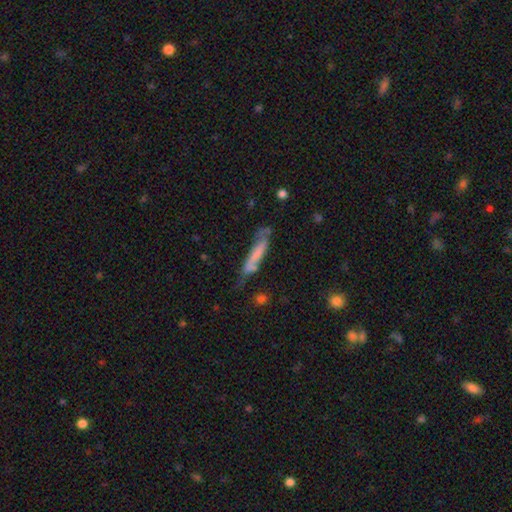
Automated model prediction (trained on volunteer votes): This appears to be a smooth galaxy with no disk features (53%) that is cigar-shaped (88%). Merging: none (49%).